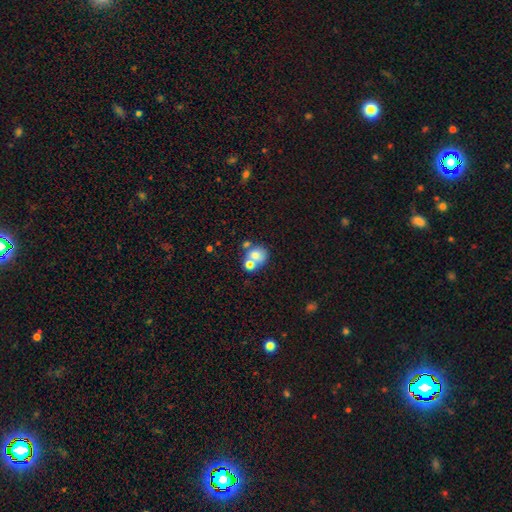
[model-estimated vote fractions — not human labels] smooth-or-featured: smooth: 71% | featured or disk: 17% | star or artifact: 12%
  how-rounded: round: 72% | in between: 27% | cigar-shaped: 1%
  merging: merger: 44% | none: 42% | minor disturbance: 10% | major disturbance: 5%